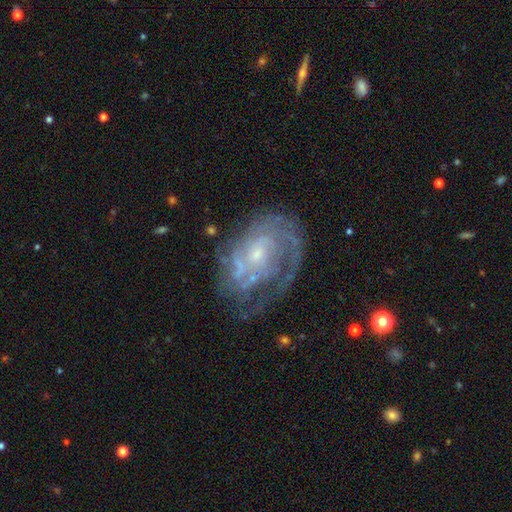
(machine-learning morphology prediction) A featured or disk galaxy (85%) with no bar (65%), tight (58%) spiral arms (91%) and a small central bulge (66%). Merging: none (58%).